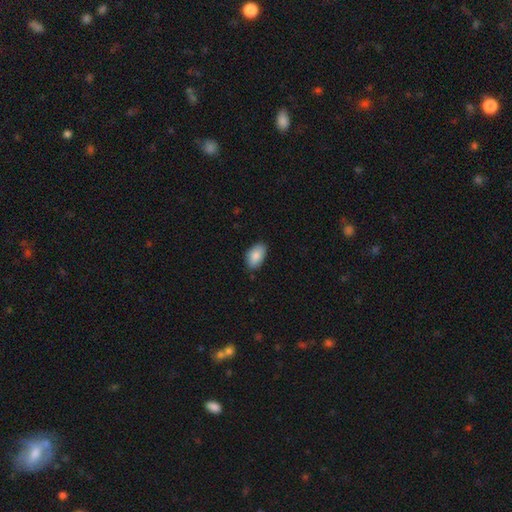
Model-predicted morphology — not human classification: Smooth or featured: smooth — 87% (star or artifact — 6%)
How rounded: in between — 93% (round — 5%)
Merging: none — 83% (minor disturbance — 13%)